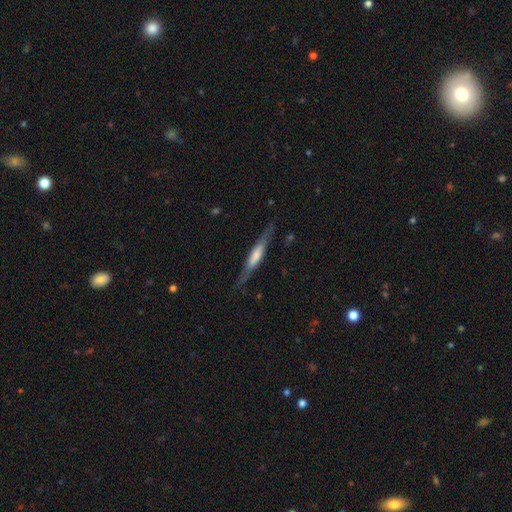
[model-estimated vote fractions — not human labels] Smooth or featured? featured or disk (49%)
Merging? none (80%)